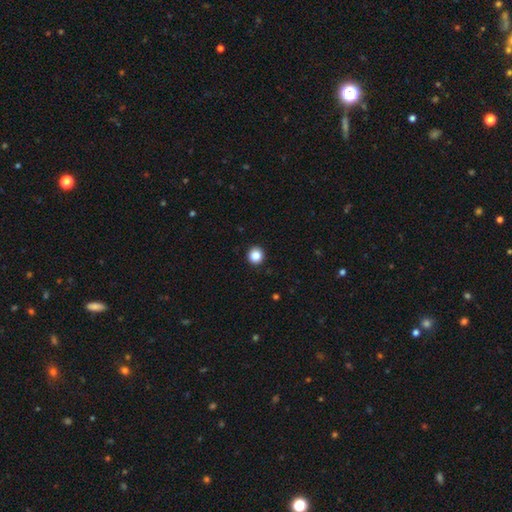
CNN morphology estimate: type=smooth (86%); roundness=round (93%); merging=none (93%).